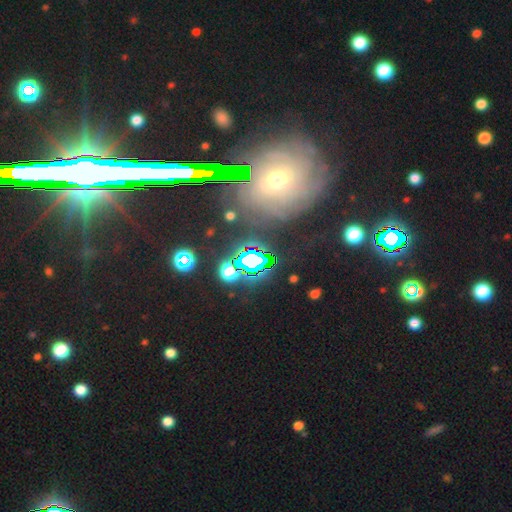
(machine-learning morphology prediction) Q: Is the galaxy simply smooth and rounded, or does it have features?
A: star or artifact — 44%.